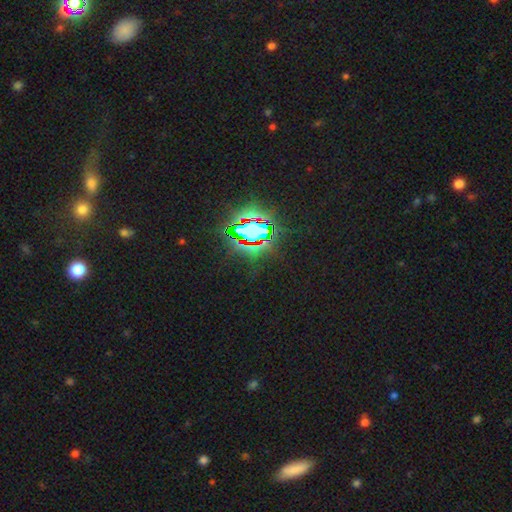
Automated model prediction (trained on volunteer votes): This is clearly a star or artifact rather than a galaxy (83%).